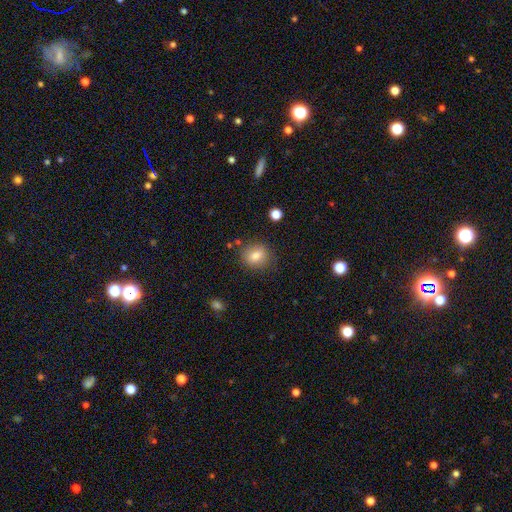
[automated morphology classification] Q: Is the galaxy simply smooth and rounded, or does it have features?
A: smooth — 81%.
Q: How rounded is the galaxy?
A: round — 71%.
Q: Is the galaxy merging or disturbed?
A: none — 83%.